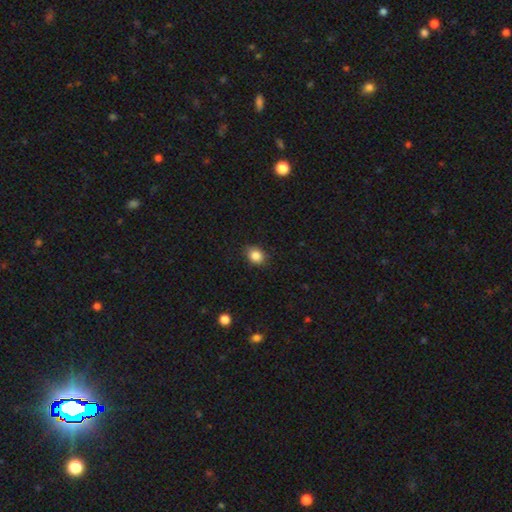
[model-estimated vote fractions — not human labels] Smooth or featured? smooth (85%)
How rounded? round (51%)
Merging? none (84%)